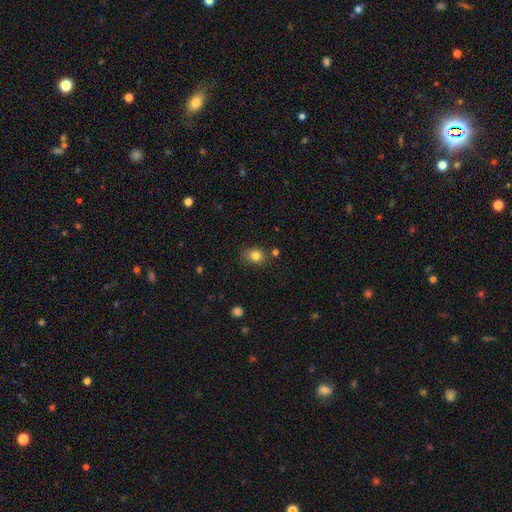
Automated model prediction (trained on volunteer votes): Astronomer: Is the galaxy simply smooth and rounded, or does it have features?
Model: smooth — 82%.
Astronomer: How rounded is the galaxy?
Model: round — 57% (runner-up: in between, 42%).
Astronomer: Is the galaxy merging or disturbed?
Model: none — 74%.